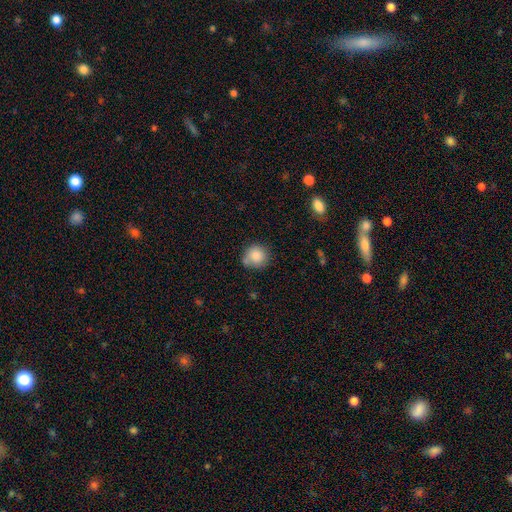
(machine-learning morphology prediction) This appears to be a smooth galaxy with no disk features (85%) that is round (91%). Merging: none (69%).